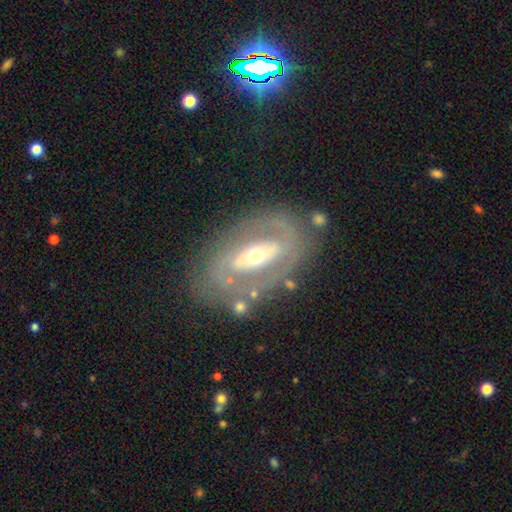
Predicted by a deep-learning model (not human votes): A featured or disk galaxy (76%) with no bar (37%), no spiral arms (54%) and a moderate central bulge (59%).

Vote fractions:
- Smooth or featured? featured or disk: 76% / smooth: 18% / star or artifact: 6%
- Edge-on disk? no: 91% / yes: 9%
- Bar? no: 37% / strong: 35% / weak: 28%
- Spiral arms? no: 54% / yes: 46%
- Bulge size? moderate: 59% / small: 34% / large: 5% / dominant: 1% / none: 1%
- Merging? none: 72% / minor disturbance: 16% / major disturbance: 9% / merger: 3%